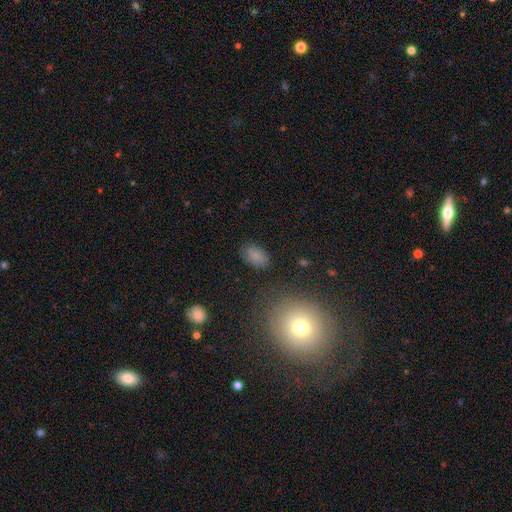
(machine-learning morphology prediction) Smooth or featured: smooth — 82% (star or artifact — 11%)
How rounded: in between — 90% (round — 9%)
Merging: none — 81% (minor disturbance — 13%)